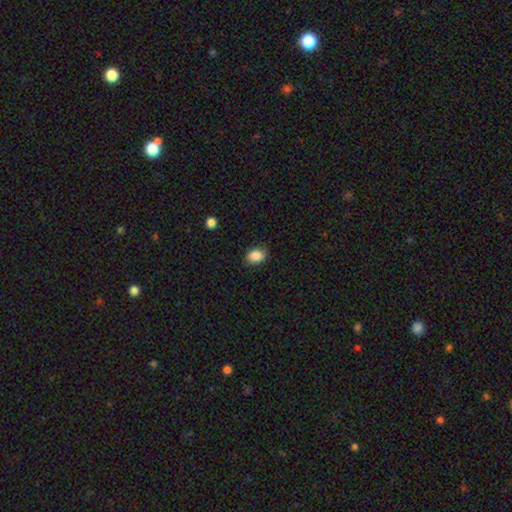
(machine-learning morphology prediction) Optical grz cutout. It shows a smooth galaxy with no disk features (87%) that is in between round and cigar-shaped (64%). Merging: none (79%).